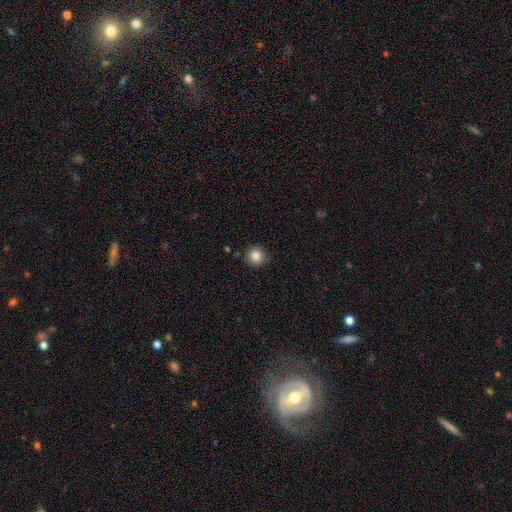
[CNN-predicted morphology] Overall: smooth (84%). How rounded: round (92%). Merging: none (87%).